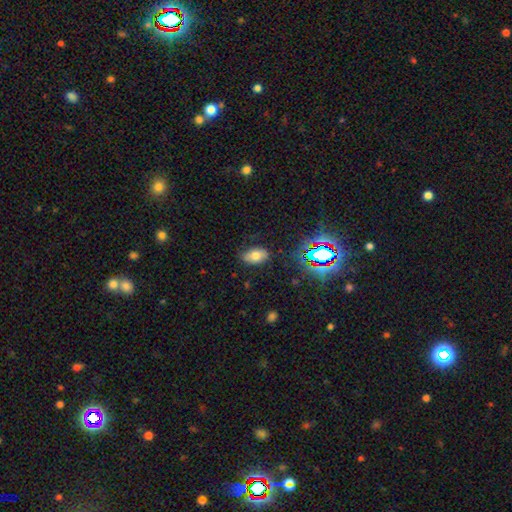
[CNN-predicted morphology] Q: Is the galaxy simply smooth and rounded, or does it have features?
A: smooth — 72%.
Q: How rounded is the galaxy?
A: in between — 89%.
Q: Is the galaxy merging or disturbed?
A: none — 78%.